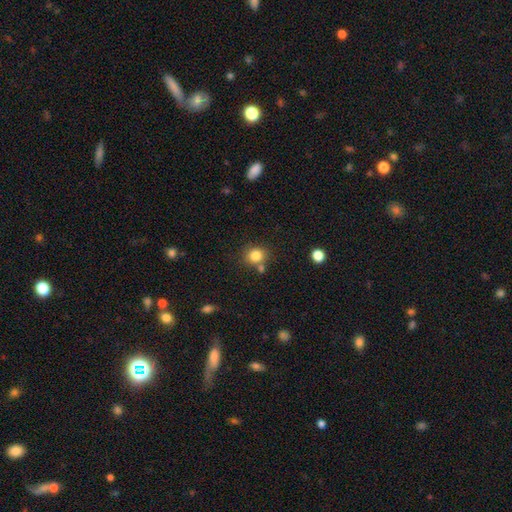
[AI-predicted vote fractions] Q: Smooth or featured?
A: smooth (82%); runner-up: star or artifact (11%)
Q: How rounded?
A: round (77%); runner-up: in between (22%)
Q: Merging?
A: none (71%); runner-up: merger (15%)